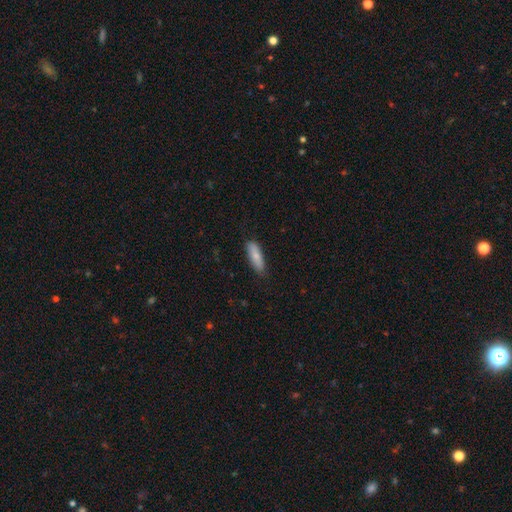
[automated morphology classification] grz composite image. It shows a smooth galaxy with no disk features (77%) that is cigar-shaped (49%, tied with in between). Merging: none (83%).